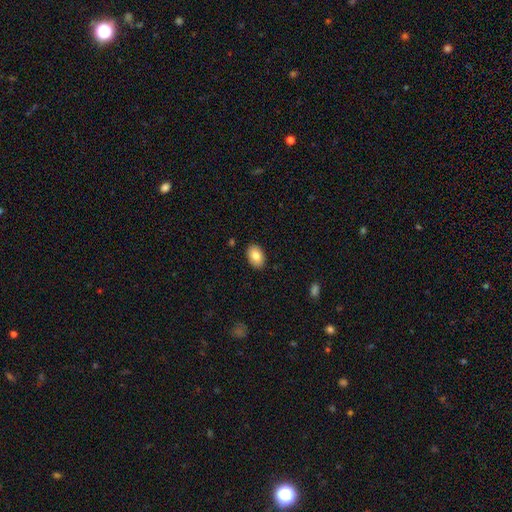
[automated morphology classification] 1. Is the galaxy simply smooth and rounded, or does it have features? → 83% smooth, 10% featured or disk, 7% star or artifact.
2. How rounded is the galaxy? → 87% in between, 12% round, 1% cigar-shaped.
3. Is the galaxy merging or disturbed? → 89% none, 8% minor disturbance, 2% major disturbance, 1% merger.